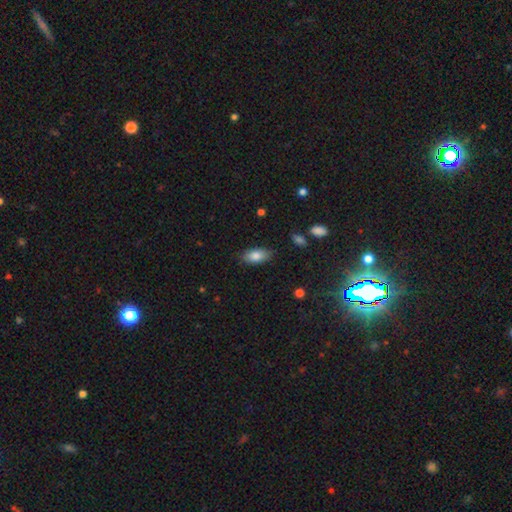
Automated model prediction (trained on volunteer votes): A smooth galaxy with no disk features (83%) that is in between round and cigar-shaped (89%).

Vote fractions:
- Smooth or featured? smooth: 83% / featured or disk: 10% / star or artifact: 7%
- How rounded? in between: 89% / cigar-shaped: 8% / round: 3%
- Merging? none: 83% / minor disturbance: 13% / major disturbance: 3% / merger: 1%